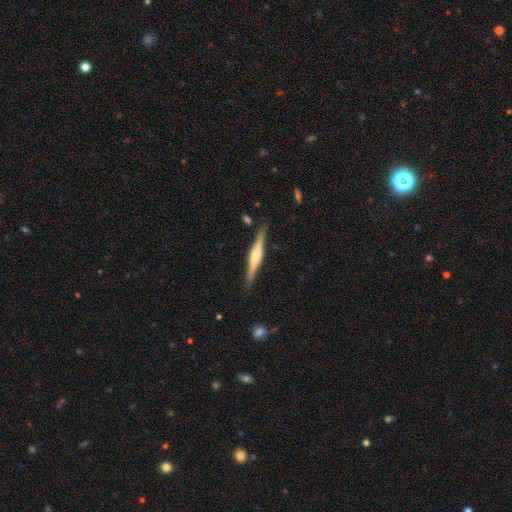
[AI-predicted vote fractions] featured or disk 69%, smooth 26%, star or artifact 5%. Down the decision tree: edge-on disk — yes (97%); edge-on bulge — rounded (83%); merging — none (88%).